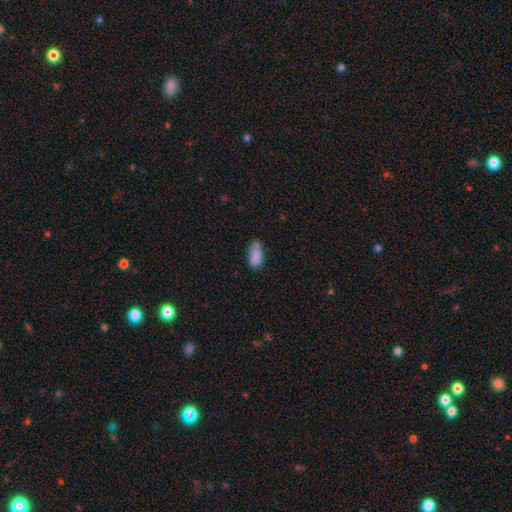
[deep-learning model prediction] A smooth galaxy with no disk features (84%) that is in between round and cigar-shaped (90%). Merging: none (60%).